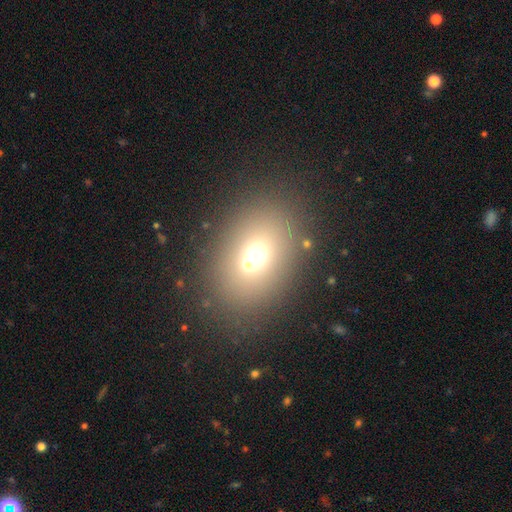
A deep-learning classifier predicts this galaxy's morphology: This appears to be a smooth galaxy with no disk features (64%) that is in between round and cigar-shaped (59%). Merging: none (56%).